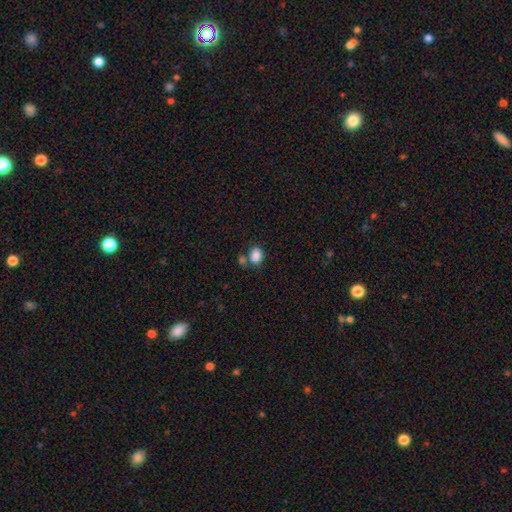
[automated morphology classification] This is clearly a smooth galaxy (86%). How rounded: likely in between (63%). Merging: possibly none (55%).